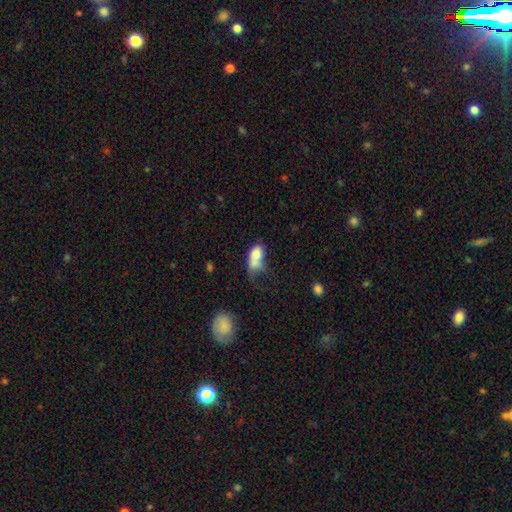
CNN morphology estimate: Smooth or featured? Predicted: smooth (p=0.70). How rounded? Predicted: in between (p=0.84). Merging? Predicted: merger (p=0.39).